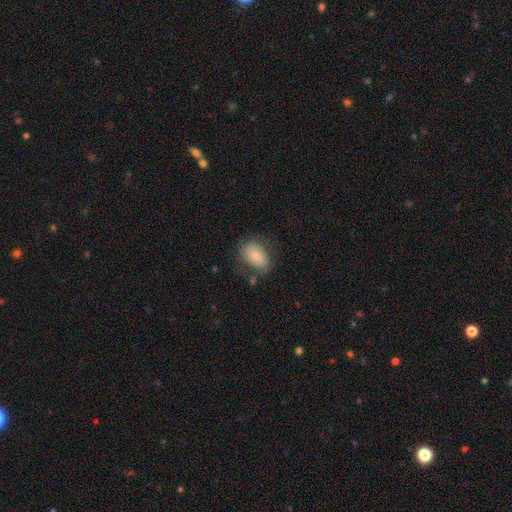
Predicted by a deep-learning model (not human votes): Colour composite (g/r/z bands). It shows a smooth galaxy with no disk features (68%) that is in between round and cigar-shaped (77%). Merging: none (67%).